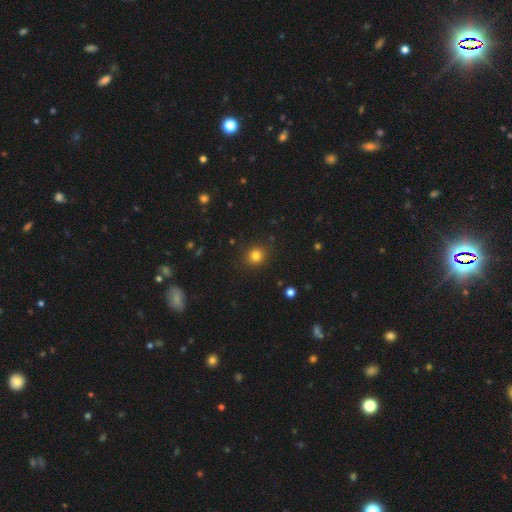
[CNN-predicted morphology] type=smooth (81%); roundness=round (87%); merging=none (88%).